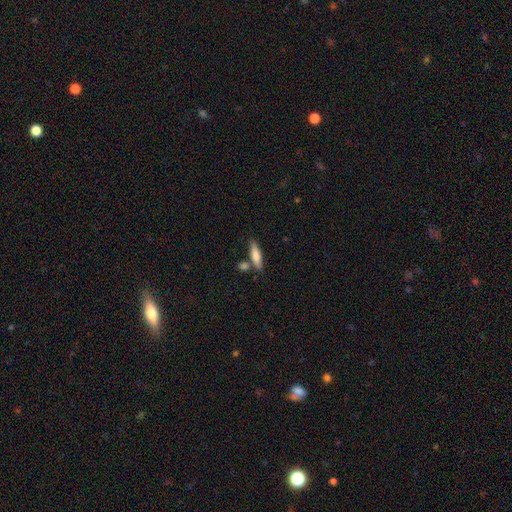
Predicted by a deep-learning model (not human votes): This appears to be a smooth galaxy with no disk features (77%) that is cigar-shaped (67%). Merging: none (72%).